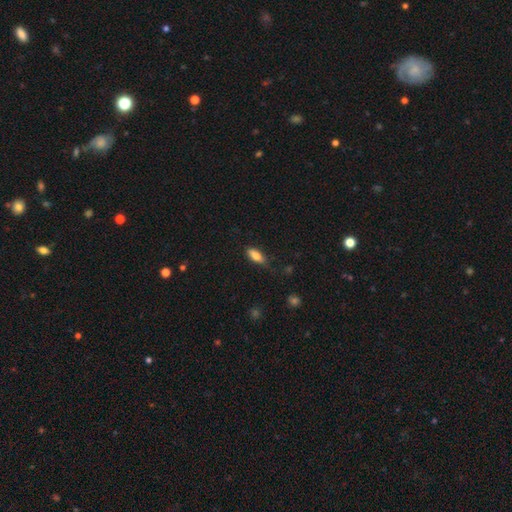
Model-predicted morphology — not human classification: smooth_or_featured: smooth (p=0.79) [alt: featured or disk p=0.14]
how_rounded: in between (p=0.75) [alt: cigar-shaped p=0.22]
merging: none (p=0.71) [alt: minor disturbance p=0.23]